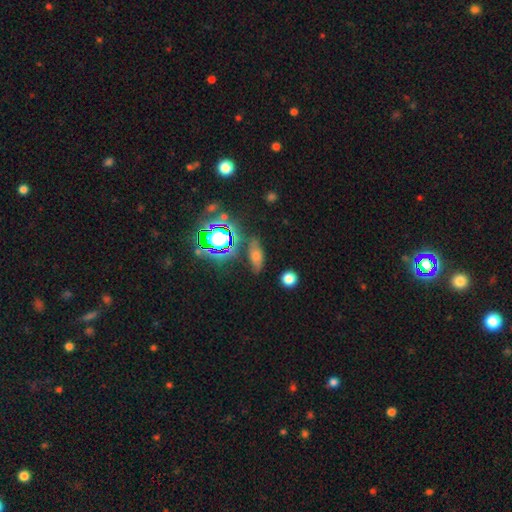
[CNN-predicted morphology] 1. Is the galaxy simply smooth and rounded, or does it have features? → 46% smooth, 31% star or artifact, 23% featured or disk.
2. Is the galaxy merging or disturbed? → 76% none, 15% minor disturbance, 5% major disturbance, 4% merger.